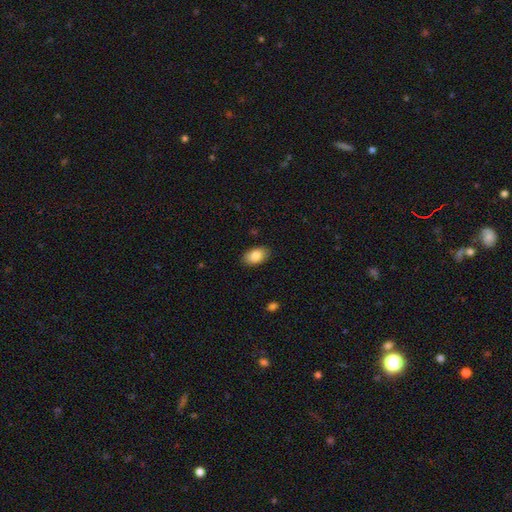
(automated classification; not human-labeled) Q: Smooth or featured?
A: smooth (86%); runner-up: star or artifact (7%)
Q: How rounded?
A: in between (91%); runner-up: round (8%)
Q: Merging?
A: none (87%); runner-up: minor disturbance (9%)